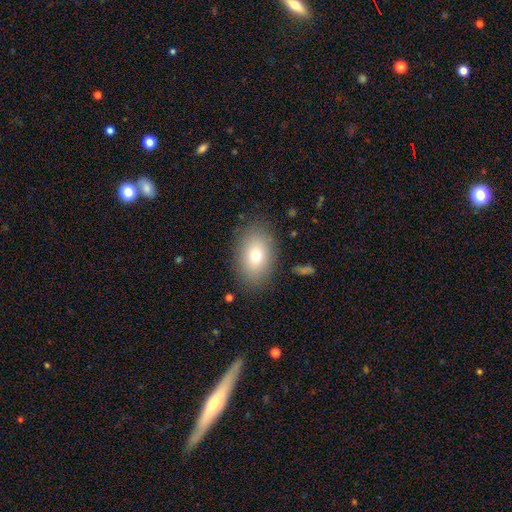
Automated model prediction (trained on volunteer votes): Smooth or featured: smooth — 73% (featured or disk — 16%)
How rounded: in between — 83% (round — 16%)
Merging: none — 84% (minor disturbance — 10%)